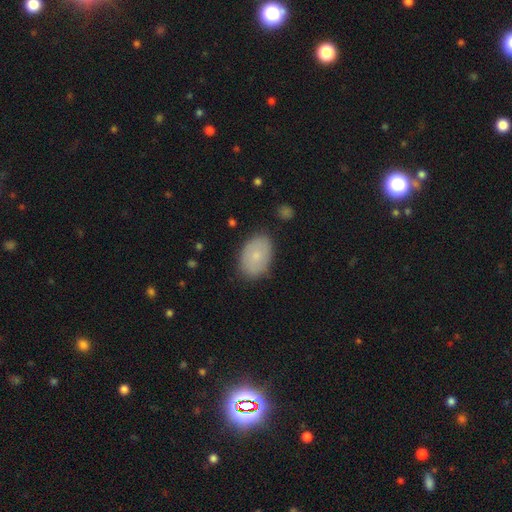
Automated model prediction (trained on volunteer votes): Smooth or featured? smooth (73%)
How rounded? in between (87%)
Merging? none (81%)